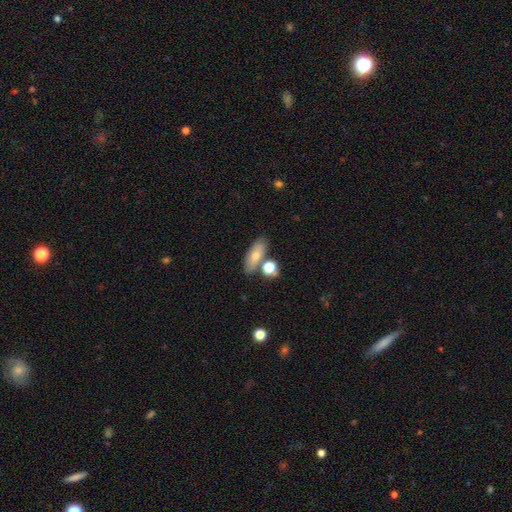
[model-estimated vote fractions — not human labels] Q: Smooth or featured?
A: smooth (72%); runner-up: featured or disk (20%)
Q: How rounded?
A: in between (73%); runner-up: cigar-shaped (20%)
Q: Merging?
A: none (69%); runner-up: merger (15%)